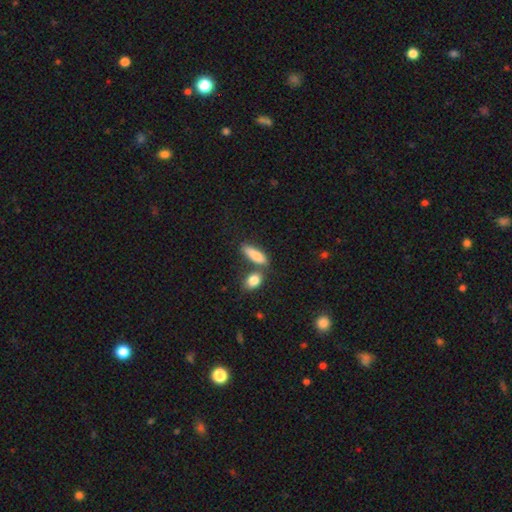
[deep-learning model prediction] Q: Smooth or featured?
A: smooth (83%); runner-up: featured or disk (11%)
Q: How rounded?
A: in between (49%); runner-up: cigar-shaped (46%)
Q: Merging?
A: none (60%); runner-up: merger (23%)